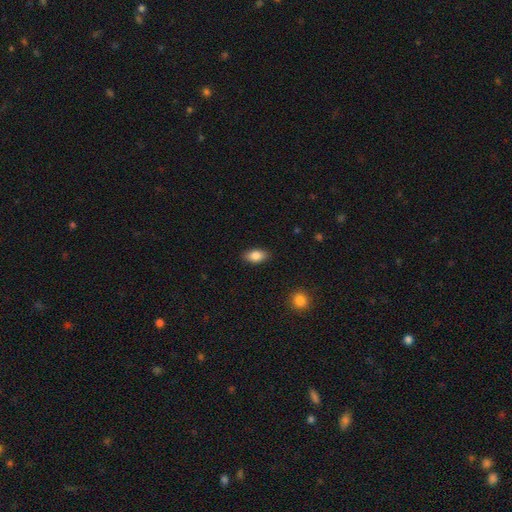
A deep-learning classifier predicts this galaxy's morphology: A smooth galaxy with no disk features (85%) that is in between round and cigar-shaped (91%).

Vote fractions:
- Smooth or featured? smooth: 85% / featured or disk: 8% / star or artifact: 7%
- How rounded? in between: 91% / round: 5% / cigar-shaped: 4%
- Merging? none: 88% / minor disturbance: 9% / major disturbance: 2% / merger: 1%